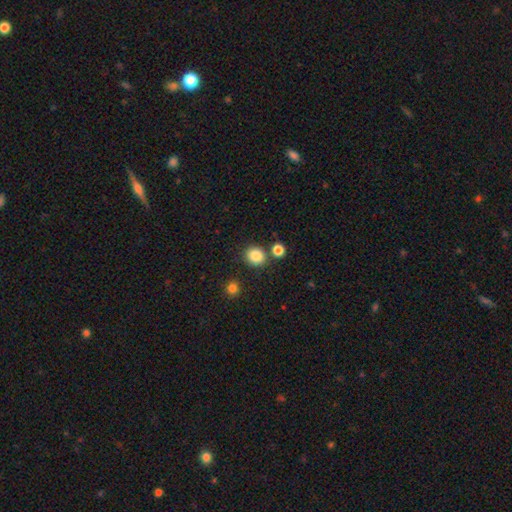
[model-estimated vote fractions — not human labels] Smooth or featured: smooth — 86% (star or artifact — 10%)
How rounded: round — 77% (in between — 22%)
Merging: none — 80% (merger — 9%)